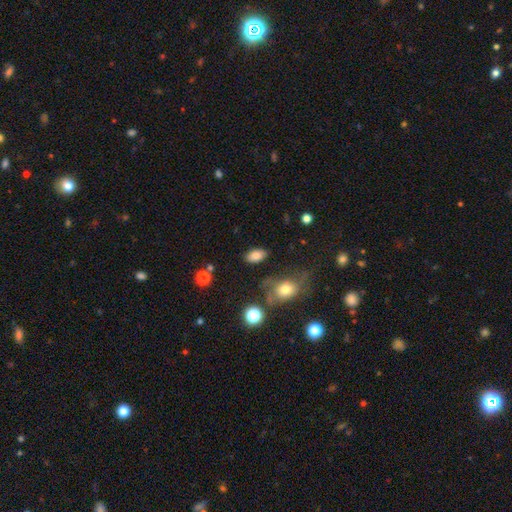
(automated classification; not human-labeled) Smooth or featured? smooth (81%)
How rounded? in between (91%)
Merging? none (79%)